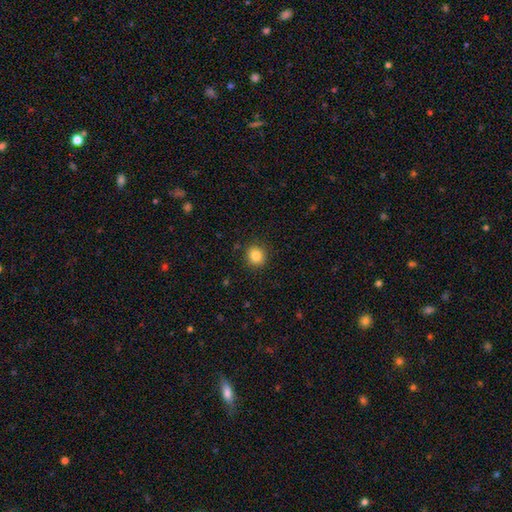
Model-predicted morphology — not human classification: A smooth galaxy with no disk features (85%) that is round (86%). Merging: none (90%).